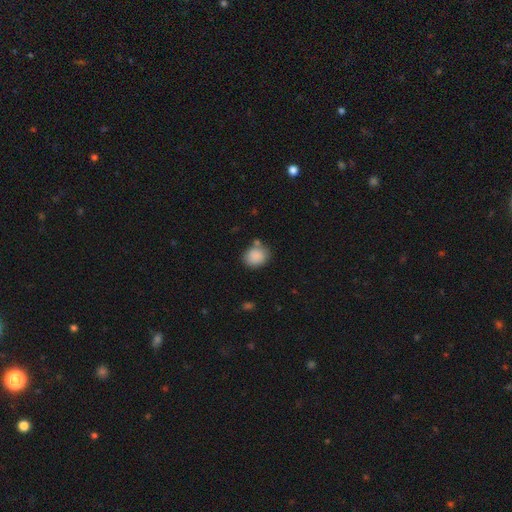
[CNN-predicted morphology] Smooth or featured? Predicted: smooth (p=0.87). How rounded? Predicted: round (p=0.63). Merging? Predicted: none (p=0.68).